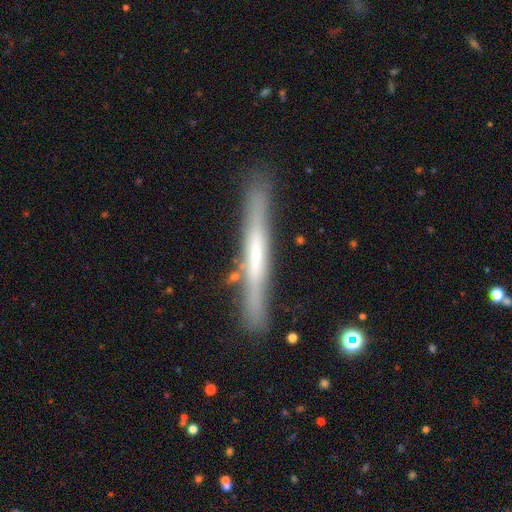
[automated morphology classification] Smooth or featured?
  - featured or disk: 57% *
  - smooth: 36%
  - star or artifact: 7%
Edge-on disk?
  - yes: 94% *
  - no: 6%
Edge-on bulge?
  - none: 69% *
  - rounded: 19%
  - boxy: 11%
Merging?
  - none: 85% *
  - minor disturbance: 10%
  - merger: 3%
  - major disturbance: 2%